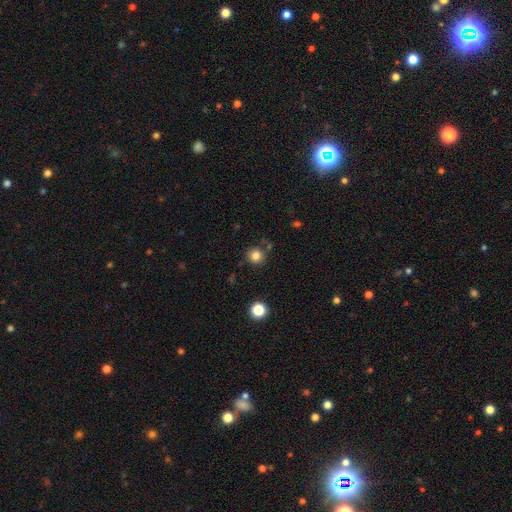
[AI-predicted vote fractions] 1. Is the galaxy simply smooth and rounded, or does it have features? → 82% smooth, 13% star or artifact, 6% featured or disk.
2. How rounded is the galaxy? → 93% round, 6% in between, 1% cigar-shaped.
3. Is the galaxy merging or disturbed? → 81% none, 10% minor disturbance, 6% merger, 3% major disturbance.